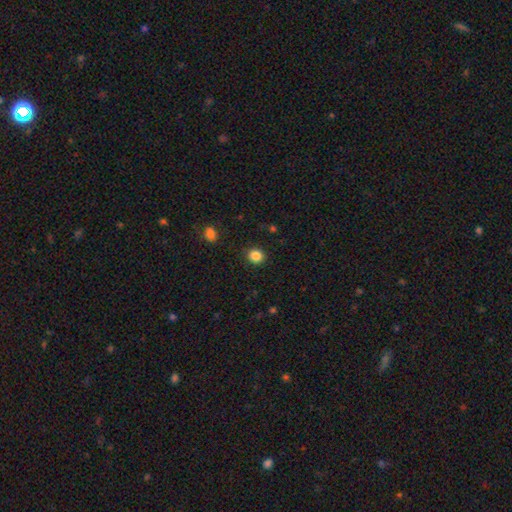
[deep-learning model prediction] A smooth galaxy with no disk features (86%) that is round (81%). Merging: none (90%).